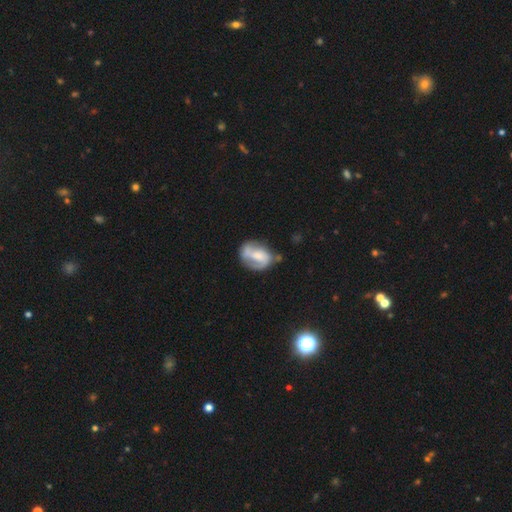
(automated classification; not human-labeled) smooth_or_featured: featured or disk (p=0.60) [alt: smooth p=0.33]
disk_edge_on: no (p=0.97) [alt: yes p=0.03]
bar: no (p=0.44) [alt: weak p=0.38]
has_spiral_arms: yes (p=0.76) [alt: no p=0.24]
bulge_size: moderate (p=0.37) [alt: small p=0.34]
merging: none (p=0.48) [alt: minor disturbance p=0.27]